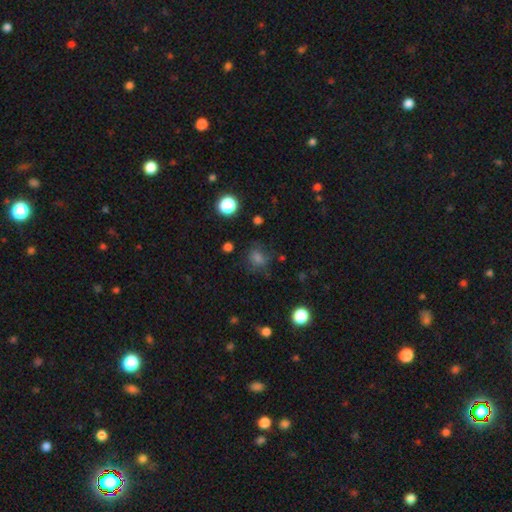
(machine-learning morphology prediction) Smooth or featured: smooth — 61% (star or artifact — 29%)
How rounded: round — 68% (in between — 30%)
Merging: none — 73% (minor disturbance — 17%)